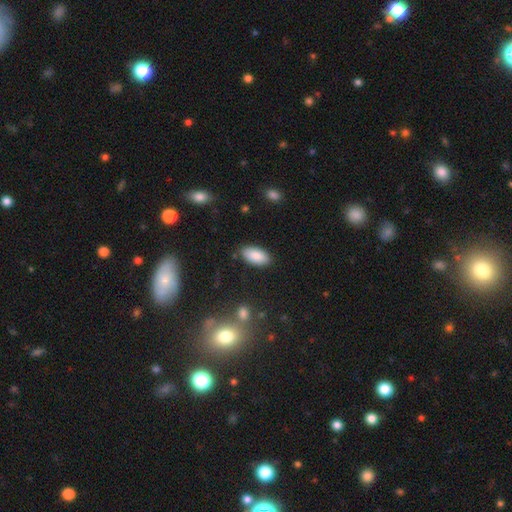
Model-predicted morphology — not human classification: Smooth or featured?
  - smooth: 87% *
  - star or artifact: 7%
  - featured or disk: 6%
How rounded?
  - in between: 93% *
  - cigar-shaped: 4%
  - round: 2%
Merging?
  - none: 86% *
  - minor disturbance: 10%
  - major disturbance: 2%
  - merger: 1%